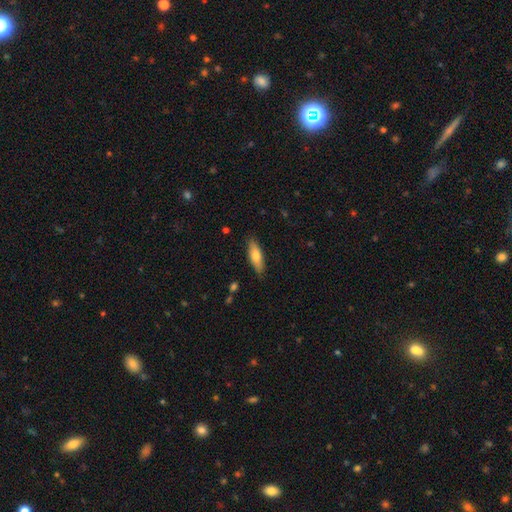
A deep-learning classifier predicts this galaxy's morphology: smooth_or_featured: smooth (p=0.72) [alt: featured or disk p=0.22]
how_rounded: in between (p=0.55) [alt: cigar-shaped p=0.43]
merging: none (p=0.86) [alt: minor disturbance p=0.11]